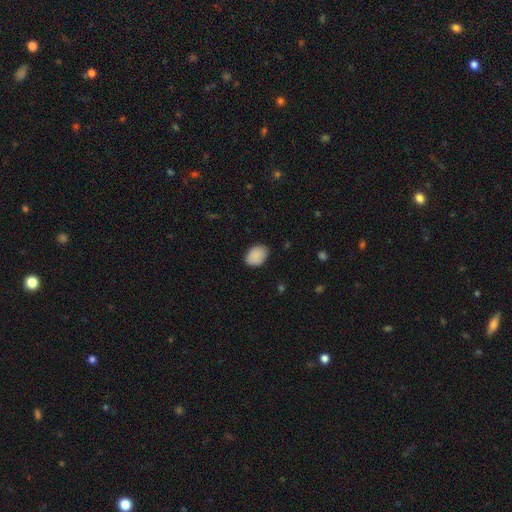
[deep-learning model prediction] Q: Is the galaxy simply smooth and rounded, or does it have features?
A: smooth — 89%.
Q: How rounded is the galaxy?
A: in between — 75%.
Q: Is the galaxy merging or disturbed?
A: none — 82%.